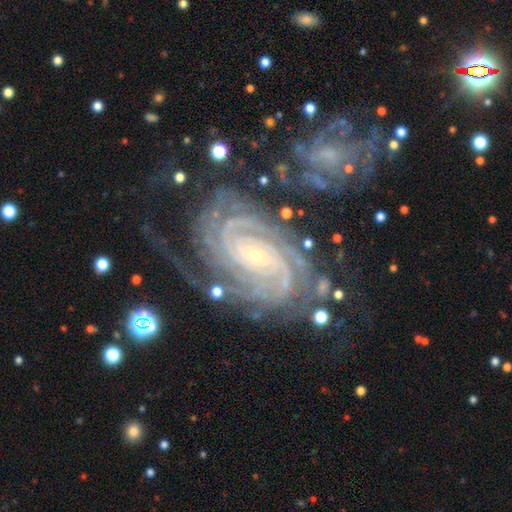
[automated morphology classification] featured or disk 92%, star or artifact 5%, smooth 3%. Down the decision tree: edge-on disk — no (97%); bar — no (60%); spiral arms — yes (98%); spiral arm count — 4 (26%); spiral winding — tight (79%); bulge size — small (84%); merging — none (64%).